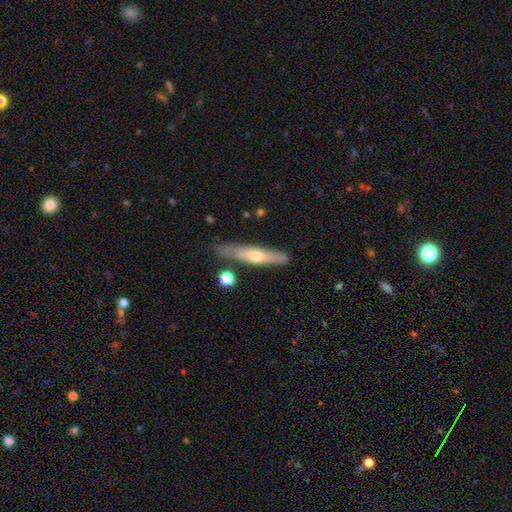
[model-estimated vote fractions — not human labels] Smooth or featured: featured or disk — 56% (smooth — 38%)
Edge-on disk: yes — 87% (no — 13%)
Merging: none — 78% (minor disturbance — 15%)